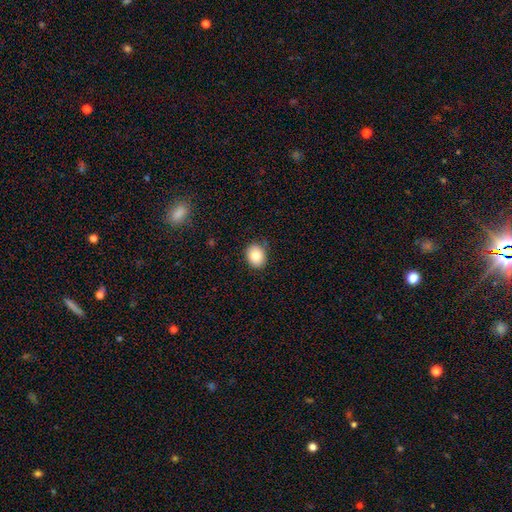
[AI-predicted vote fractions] smooth 85%, star or artifact 8%, featured or disk 7%. Down the decision tree: how rounded — in between (52%); merging — none (86%).